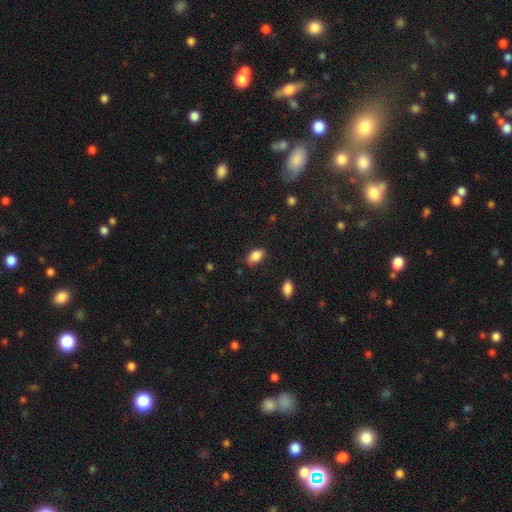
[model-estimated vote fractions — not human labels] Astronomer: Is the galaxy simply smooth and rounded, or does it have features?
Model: smooth — 86%.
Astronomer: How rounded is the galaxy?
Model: in between — 91%.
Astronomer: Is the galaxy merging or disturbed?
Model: none — 78%.